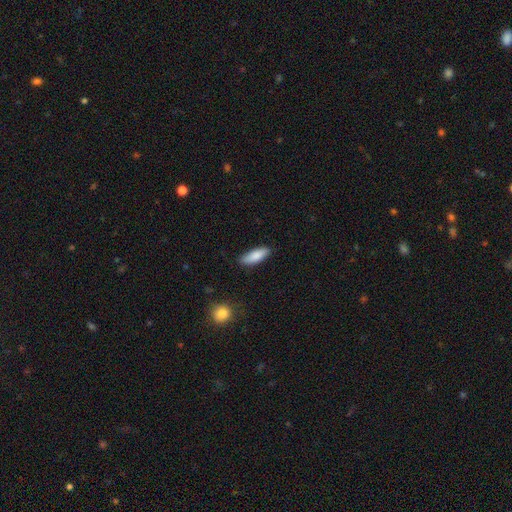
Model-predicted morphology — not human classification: Smooth or featured?
  - smooth: 85% *
  - featured or disk: 9%
  - star or artifact: 6%
How rounded?
  - in between: 58% *
  - cigar-shaped: 41%
  - round: 2%
Merging?
  - none: 84% *
  - minor disturbance: 13%
  - major disturbance: 2%
  - merger: 1%